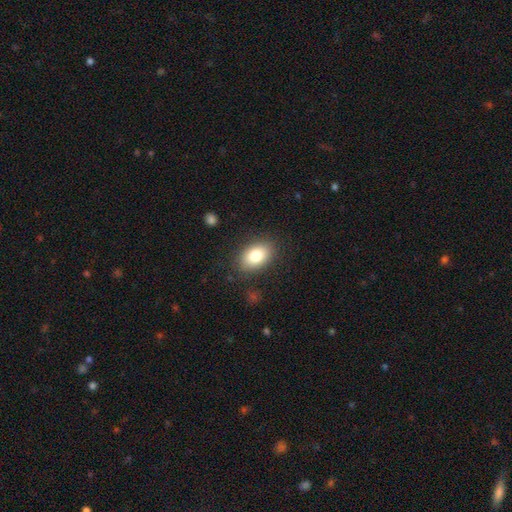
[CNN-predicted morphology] Overall: smooth (81%). How rounded: in between (86%). Merging: none (85%).